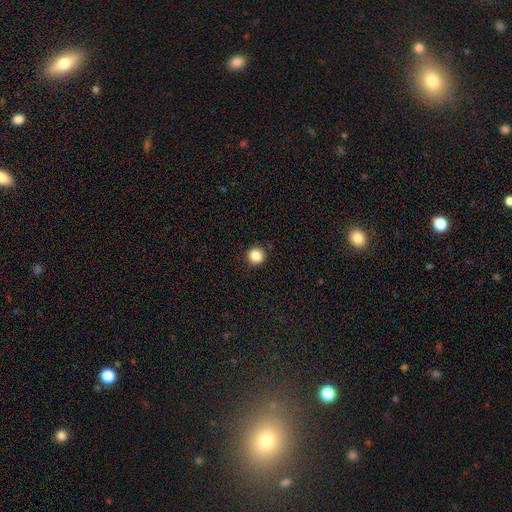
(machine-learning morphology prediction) smooth_or_featured: smooth (p=0.86) [alt: star or artifact p=0.11]
how_rounded: round (p=0.94) [alt: in between p=0.05]
merging: none (p=0.92) [alt: minor disturbance p=0.05]